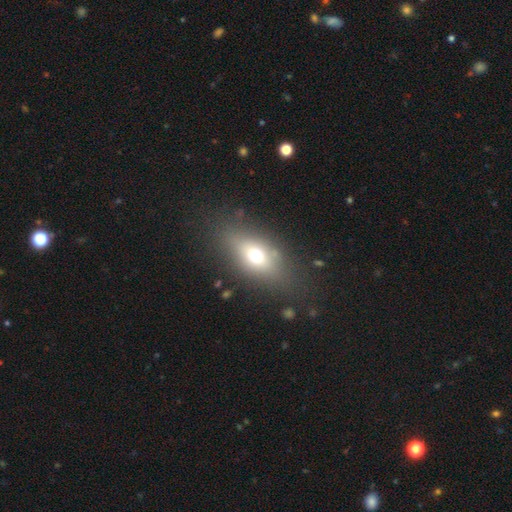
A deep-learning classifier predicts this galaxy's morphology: Overall: smooth (65%). How rounded: in between (75%). Merging: none (73%).